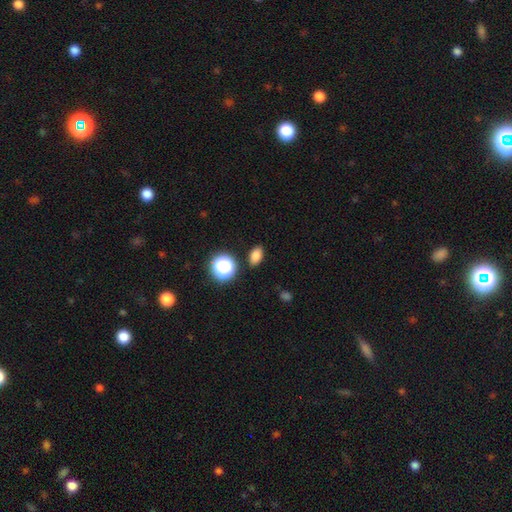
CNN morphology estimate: A smooth galaxy with no disk features (80%) that is in between round and cigar-shaped (81%).

Vote fractions:
- Smooth or featured? smooth: 80% / star or artifact: 15% / featured or disk: 5%
- How rounded? in between: 81% / round: 17% / cigar-shaped: 2%
- Merging? none: 86% / minor disturbance: 9% / major disturbance: 2% / merger: 2%